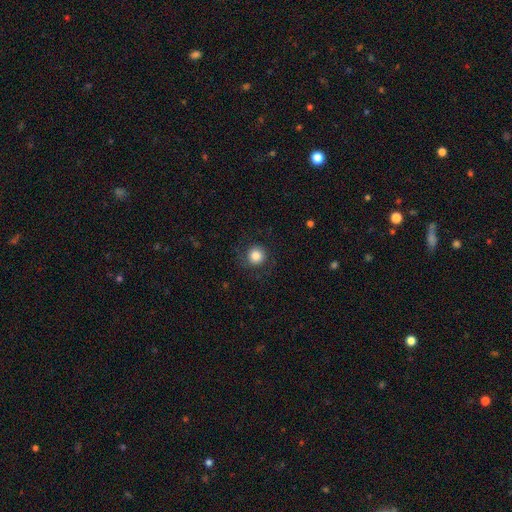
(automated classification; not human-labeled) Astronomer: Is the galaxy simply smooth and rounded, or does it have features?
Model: smooth — 81%.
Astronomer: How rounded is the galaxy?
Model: round — 94%.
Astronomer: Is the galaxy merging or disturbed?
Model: none — 83%.